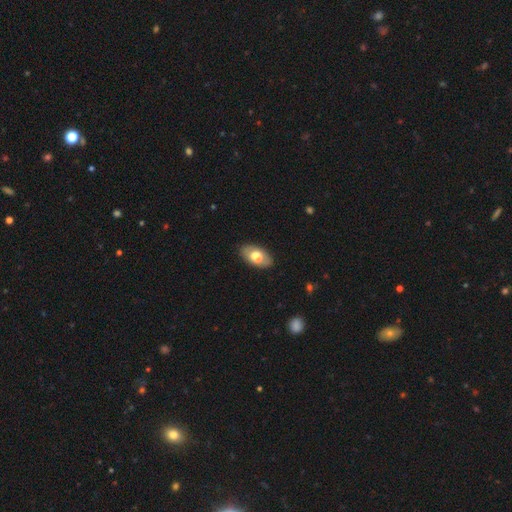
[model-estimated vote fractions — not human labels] Smooth or featured?
  - smooth: 66% *
  - featured or disk: 28%
  - star or artifact: 6%
How rounded?
  - in between: 93% *
  - round: 5%
  - cigar-shaped: 2%
Merging?
  - none: 83% *
  - minor disturbance: 12%
  - major disturbance: 3%
  - merger: 1%